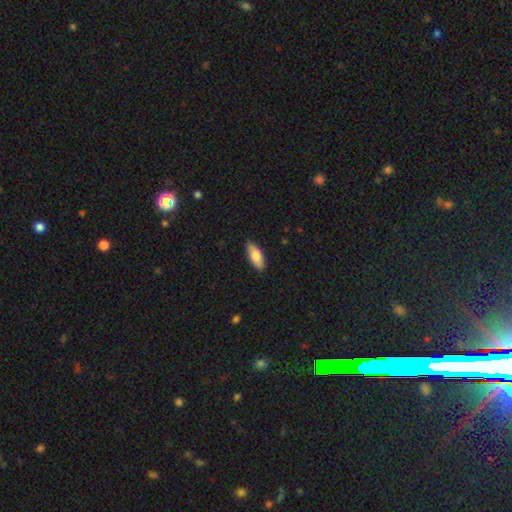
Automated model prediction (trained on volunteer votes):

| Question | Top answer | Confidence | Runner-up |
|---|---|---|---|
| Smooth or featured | smooth | 76% | featured or disk (18%) |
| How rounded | in between | 75% | cigar-shaped (22%) |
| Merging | none | 85% | minor disturbance (12%) |